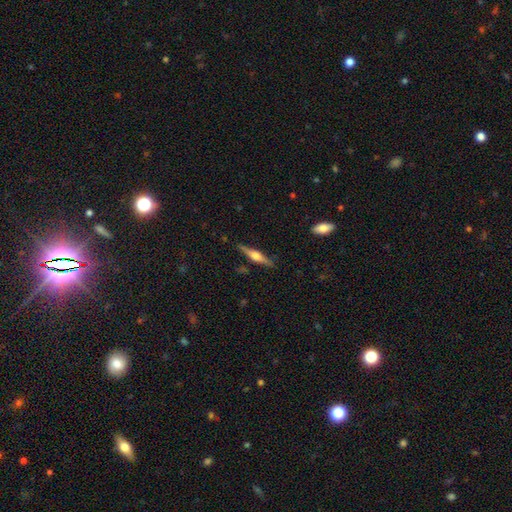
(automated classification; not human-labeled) Smooth or featured: featured or disk — 70% (smooth — 24%)
Edge-on disk: yes — 97% (no — 3%)
Edge-on bulge: rounded — 90% (boxy — 7%)
Merging: none — 88% (minor disturbance — 9%)